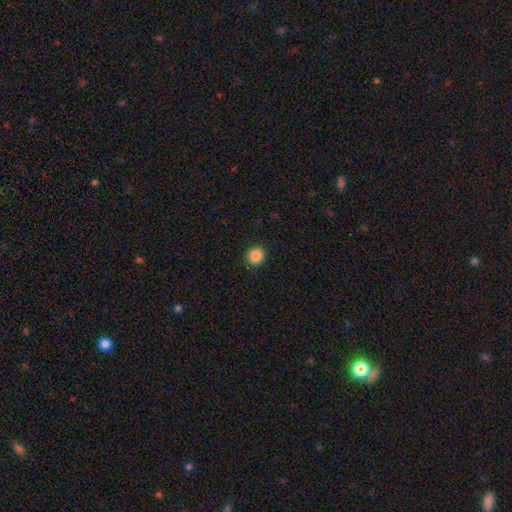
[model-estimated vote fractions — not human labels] Smooth or featured? smooth (87%)
How rounded? round (88%)
Merging? none (91%)